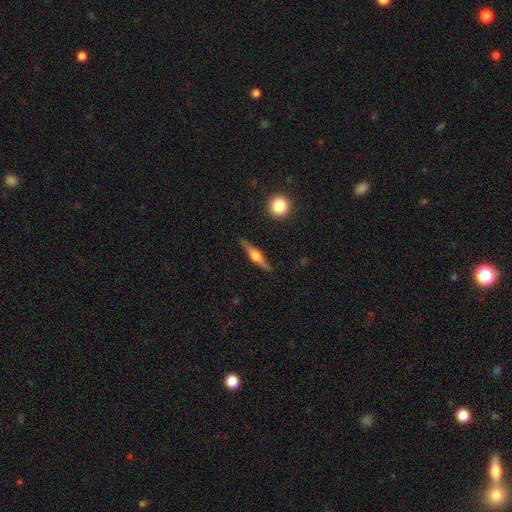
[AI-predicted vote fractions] Smooth or featured? Predicted: featured or disk (p=0.76). Edge-on disk? Predicted: yes (p=0.97). Edge-on bulge? Predicted: rounded (p=0.89). Merging? Predicted: none (p=0.88).